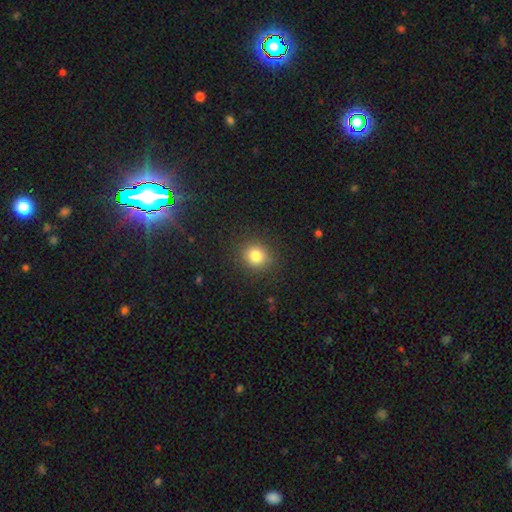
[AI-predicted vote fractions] A smooth galaxy with no disk features (82%) that is round (86%). Merging: none (89%).